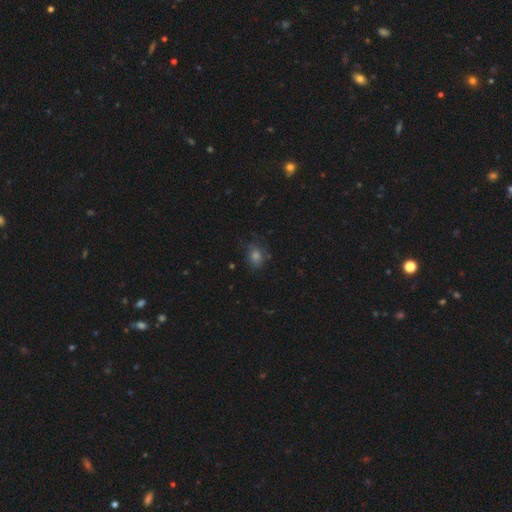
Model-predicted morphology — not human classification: This appears to be a smooth galaxy with no disk features (66%) that is round (52%). Merging: none (75%).